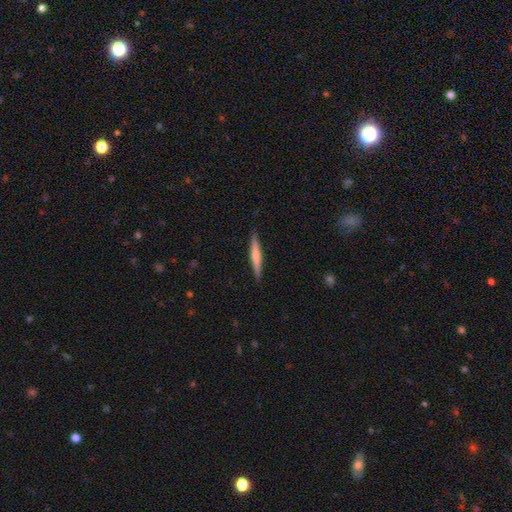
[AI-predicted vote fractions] This appears to be a smooth galaxy with no disk features (48%). Merging: none (91%).